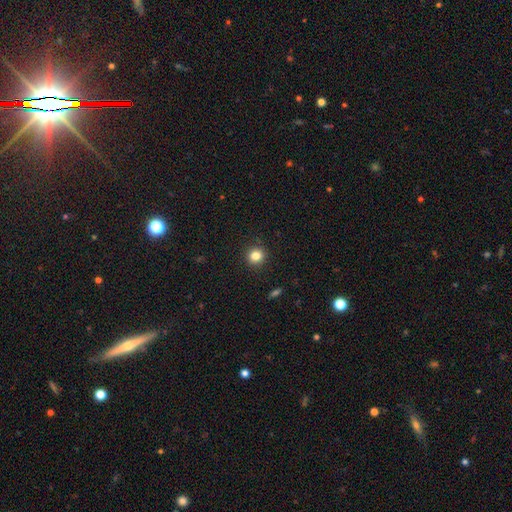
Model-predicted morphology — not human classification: Q: Smooth or featured?
A: smooth (83%); runner-up: star or artifact (11%)
Q: How rounded?
A: round (92%); runner-up: in between (7%)
Q: Merging?
A: none (91%); runner-up: minor disturbance (6%)